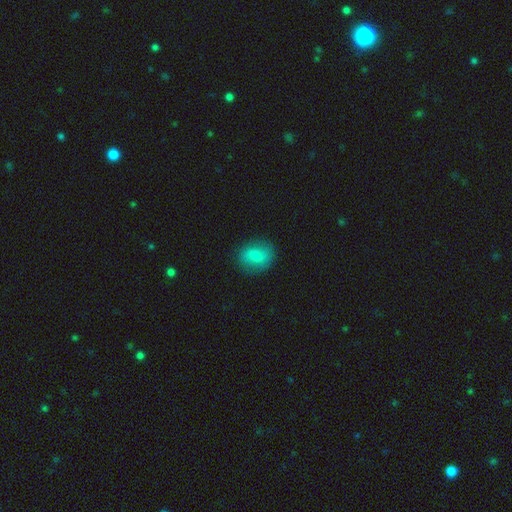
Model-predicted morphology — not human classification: Smooth or featured? smooth (68%)
How rounded? round (53%)
Merging? none (82%)